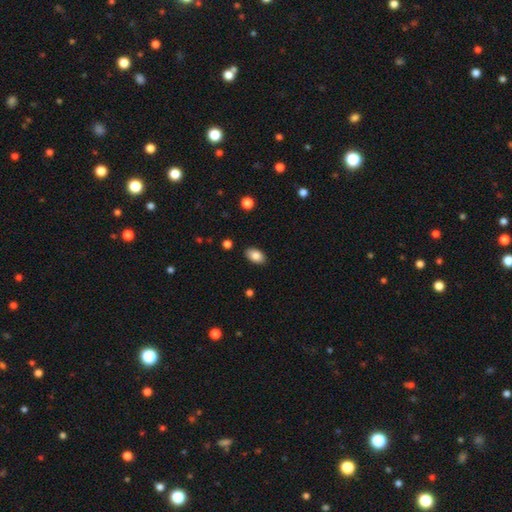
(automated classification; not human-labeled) Overall: smooth (84%). How rounded: in between (92%). Merging: none (88%).